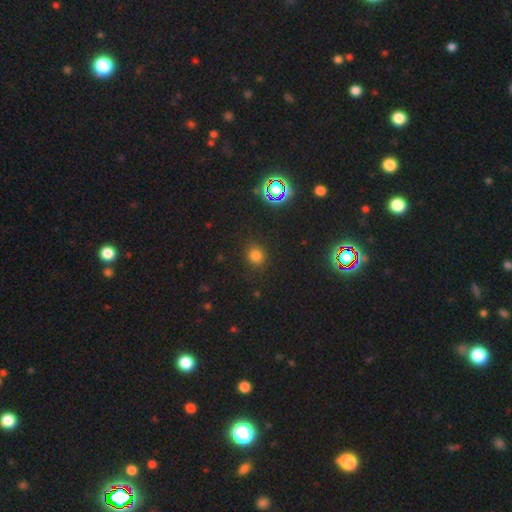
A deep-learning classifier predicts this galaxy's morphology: This is likely a smooth galaxy (72%). How rounded: clearly round (82%). Merging: clearly none (86%).